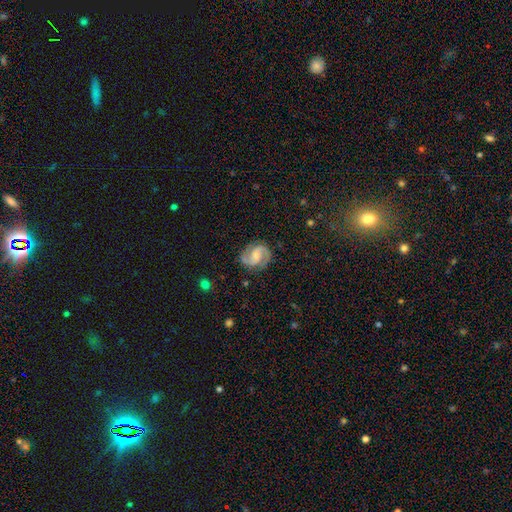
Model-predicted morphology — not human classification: Overall: featured or disk (87%). Edge-on disk: no (98%). Bar: weak (47%; no 38%). Spiral arms: yes (97%). Spiral arm count: 2 (93%). Spiral winding: medium (57%; tight 24%). Bulge size: small (47%; moderate 38%). Merging: none (83%).